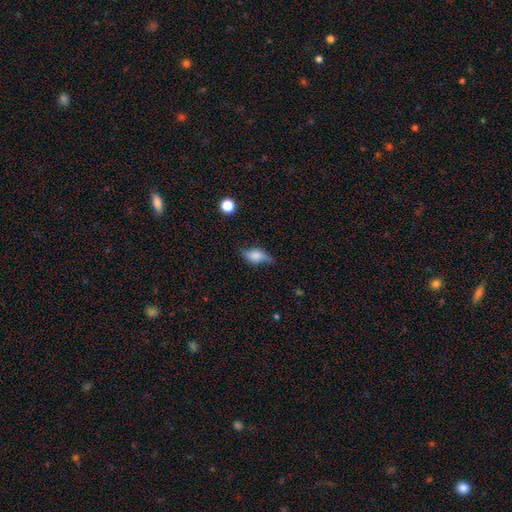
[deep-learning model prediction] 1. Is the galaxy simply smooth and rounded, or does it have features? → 61% smooth, 29% featured or disk, 10% star or artifact.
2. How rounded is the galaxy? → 77% in between, 14% round, 9% cigar-shaped.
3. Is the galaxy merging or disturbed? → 51% none, 35% minor disturbance, 12% major disturbance, 2% merger.